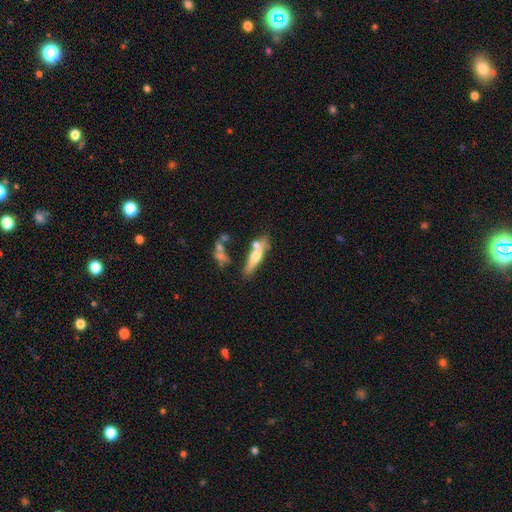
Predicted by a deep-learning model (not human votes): smooth 50%, featured or disk 43%, star or artifact 7%. Down the decision tree: merging — none (50%).